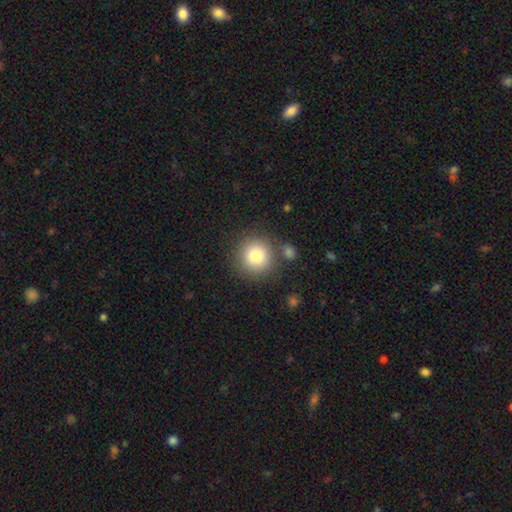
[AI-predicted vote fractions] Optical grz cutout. It shows a smooth galaxy with no disk features (85%) that is round (92%). Merging: none (76%).